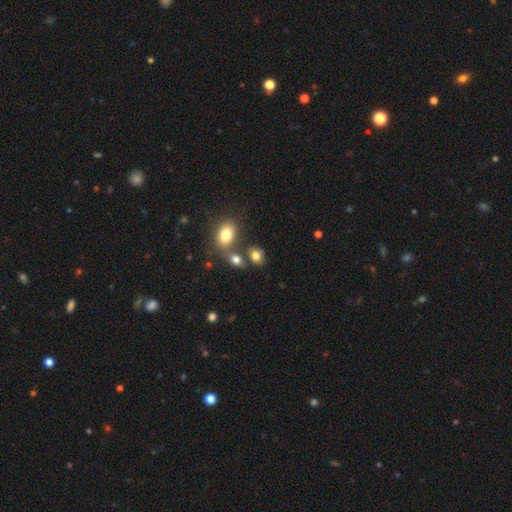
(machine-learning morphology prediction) smooth 79%, star or artifact 11%, featured or disk 10%. Down the decision tree: how rounded — in between (56%); merging — none (57%).